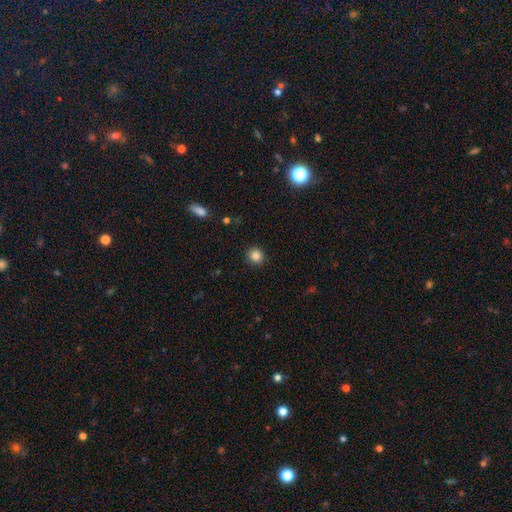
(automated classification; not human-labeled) A smooth galaxy with no disk features (85%) that is round (88%).

Vote fractions:
- Smooth or featured? smooth: 85% / star or artifact: 11% / featured or disk: 4%
- How rounded? round: 88% / in between: 11% / cigar-shaped: 1%
- Merging? none: 91% / minor disturbance: 6% / major disturbance: 2% / merger: 1%